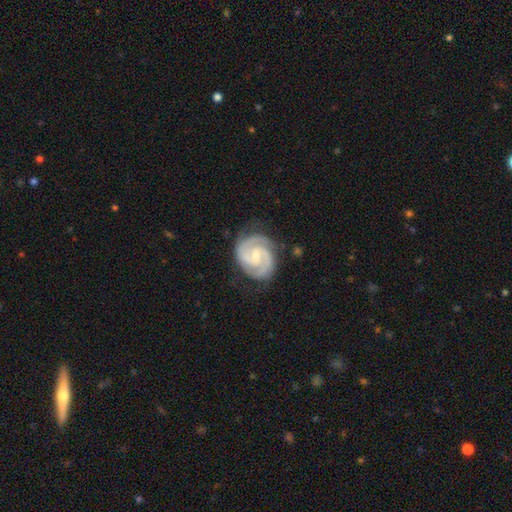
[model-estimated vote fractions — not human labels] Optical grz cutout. It shows a featured or disk galaxy (91%) with a weak bar (52%), 2 (80%) tight (55%) spiral arms (98%) and a small central bulge (62%). Merging: none (79%).